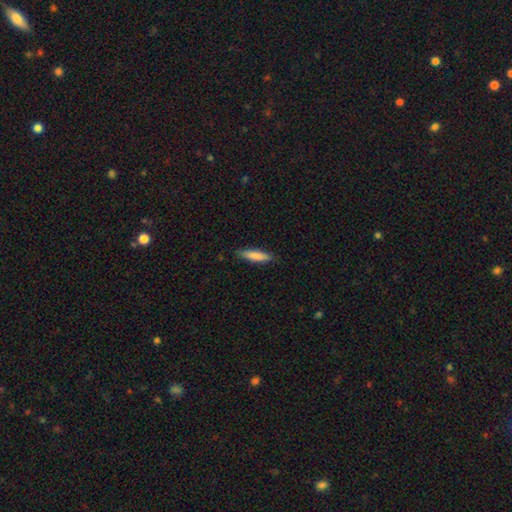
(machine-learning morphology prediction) Smooth or featured? smooth (82%)
How rounded? cigar-shaped (77%)
Merging? none (86%)